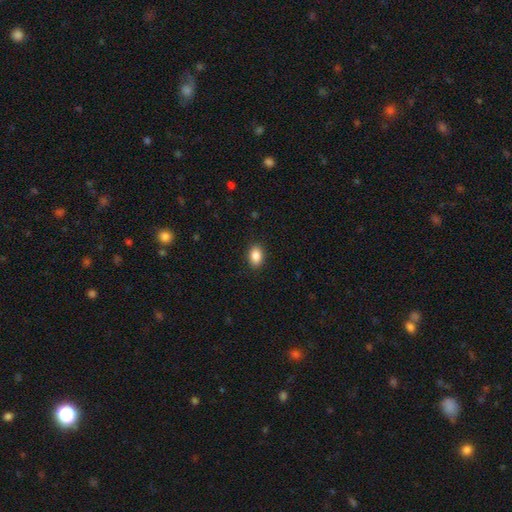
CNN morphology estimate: smooth 88%, star or artifact 8%, featured or disk 4%. Down the decision tree: how rounded — in between (83%); merging — none (89%).